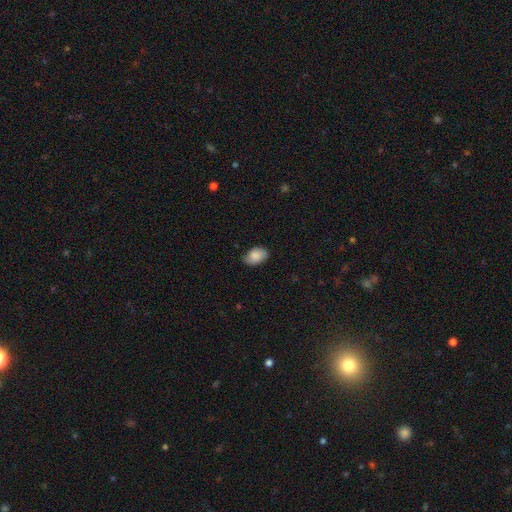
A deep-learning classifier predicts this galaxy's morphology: Smooth or featured? Predicted: smooth (p=0.86). How rounded? Predicted: in between (p=0.89). Merging? Predicted: none (p=0.76).